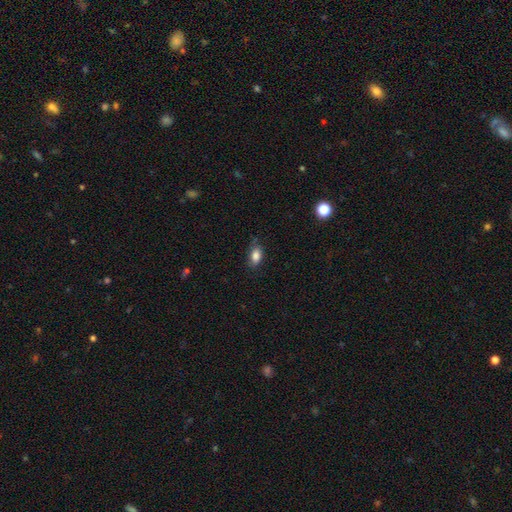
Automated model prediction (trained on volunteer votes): The model was most divided on "merging": none: 72%, minor disturbance: 21%, major disturbance: 5%, merger: 1%. More confident: how rounded — in between (87%); smooth or featured — smooth (84%).